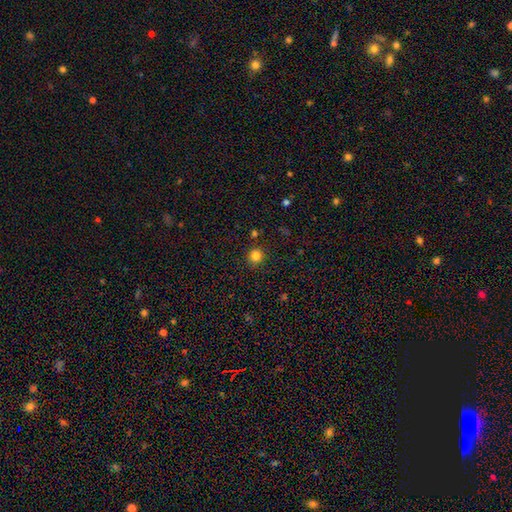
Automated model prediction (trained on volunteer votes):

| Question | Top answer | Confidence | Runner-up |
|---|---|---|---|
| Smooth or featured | smooth | 82% | star or artifact (13%) |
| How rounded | round | 91% | in between (8%) |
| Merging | none | 88% | minor disturbance (7%) |